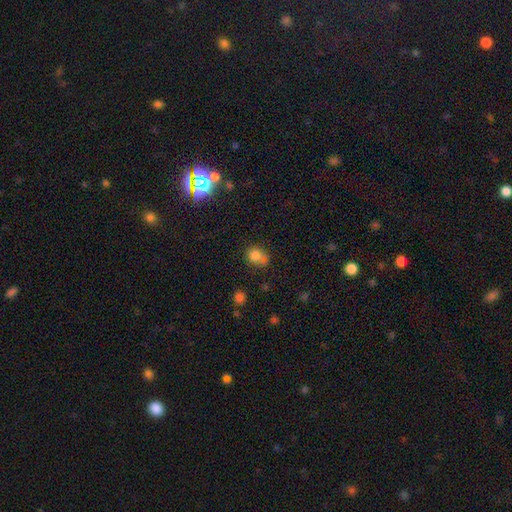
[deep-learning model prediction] A smooth galaxy with no disk features (79%) that is round (63%). Merging: none (47%).